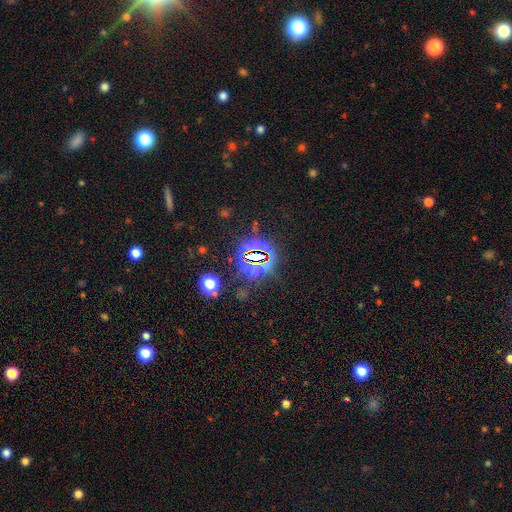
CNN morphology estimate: Overall: star or artifact (78%).